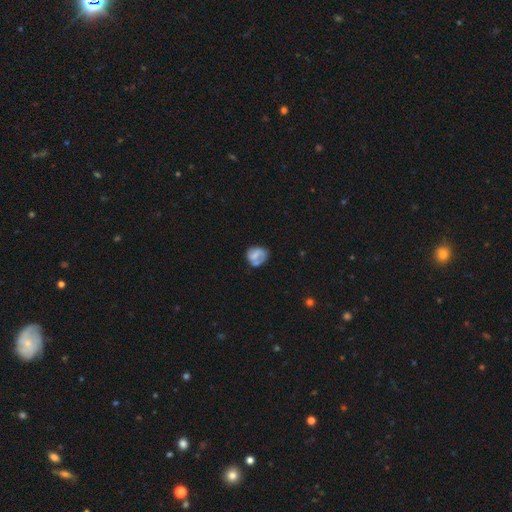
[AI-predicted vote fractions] smooth_or_featured: smooth (p=0.49) [alt: featured or disk p=0.43]
merging: none (p=0.53) [alt: minor disturbance p=0.25]